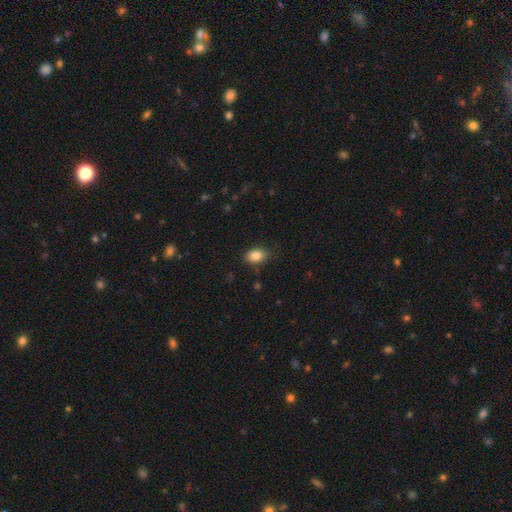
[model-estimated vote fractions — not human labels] Morphology: type=smooth (84%); roundness=in between (83%); merging=none (83%).